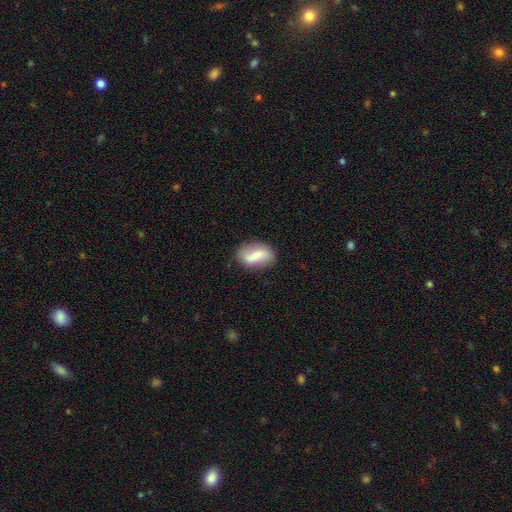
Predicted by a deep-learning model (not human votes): Overall: smooth (58%; featured or disk 35%). How rounded: in between (85%). Merging: none (76%).